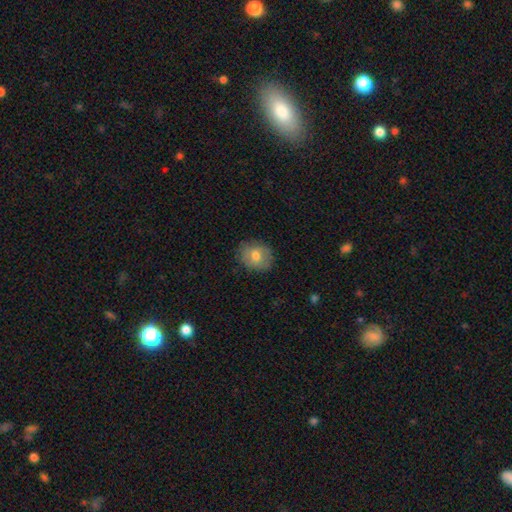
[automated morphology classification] Smooth or featured?
  - smooth: 72% *
  - featured or disk: 20%
  - star or artifact: 8%
How rounded?
  - round: 68% *
  - in between: 31%
  - cigar-shaped: 1%
Merging?
  - none: 83% *
  - minor disturbance: 13%
  - major disturbance: 3%
  - merger: 1%